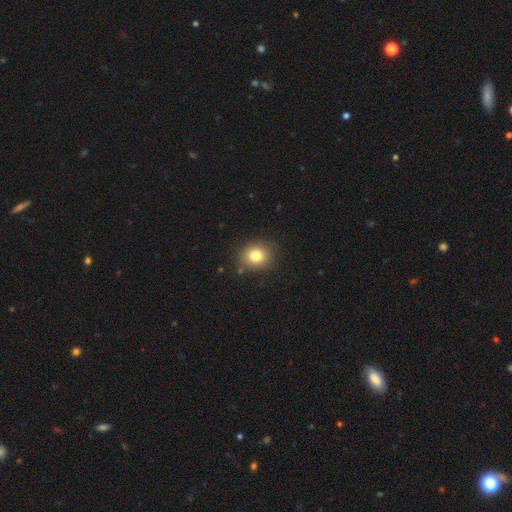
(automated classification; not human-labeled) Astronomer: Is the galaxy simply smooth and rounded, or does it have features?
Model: smooth — 80%.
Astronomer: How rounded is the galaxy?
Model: round — 72%.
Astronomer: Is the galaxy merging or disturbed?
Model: none — 85%.